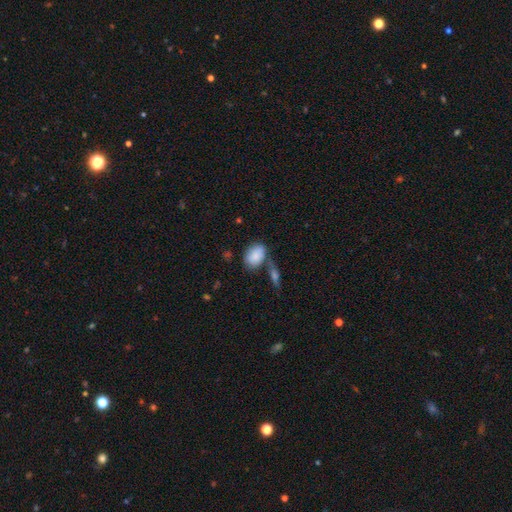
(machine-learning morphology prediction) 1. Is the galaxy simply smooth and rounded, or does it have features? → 85% smooth, 8% featured or disk, 7% star or artifact.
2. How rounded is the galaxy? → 86% in between, 13% round, 2% cigar-shaped.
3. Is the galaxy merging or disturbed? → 55% none, 20% merger, 19% minor disturbance, 6% major disturbance.